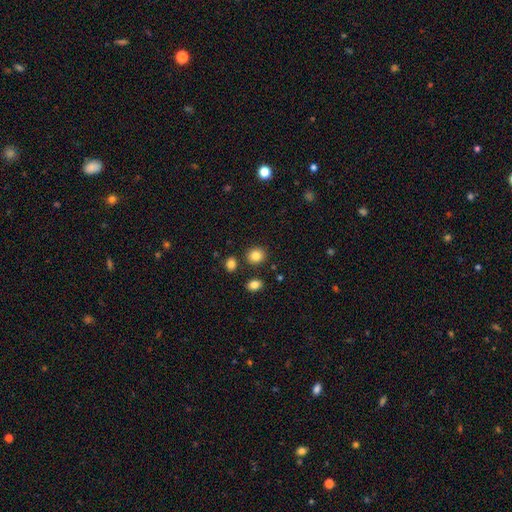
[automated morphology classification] A smooth galaxy with no disk features (84%) that is round (81%). Merging: none (85%).